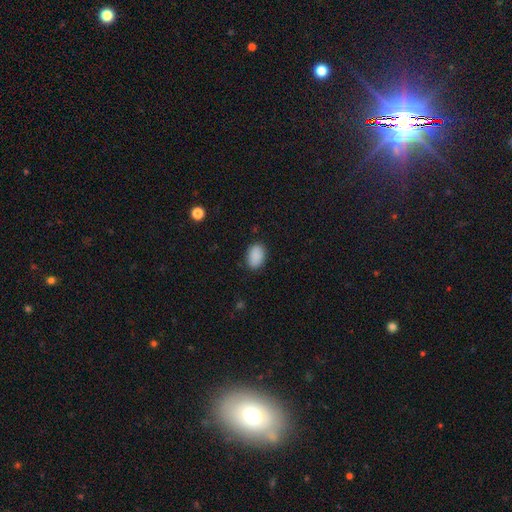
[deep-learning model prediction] Smooth or featured: smooth — 90% (star or artifact — 7%)
How rounded: in between — 87% (round — 12%)
Merging: none — 86% (minor disturbance — 10%)